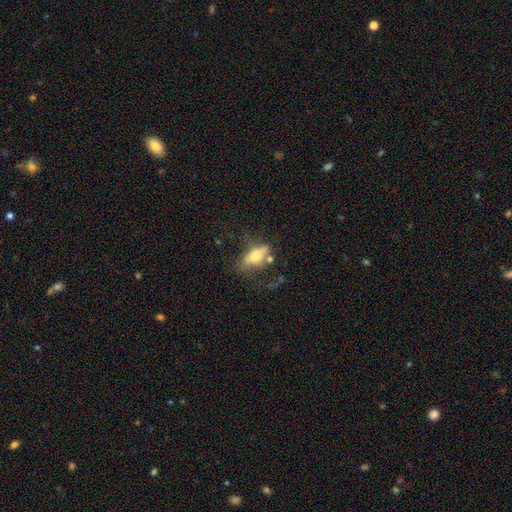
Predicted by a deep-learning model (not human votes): This is likely a smooth galaxy (61%). How rounded: likely in between (78%). Merging: marginally none (39%).